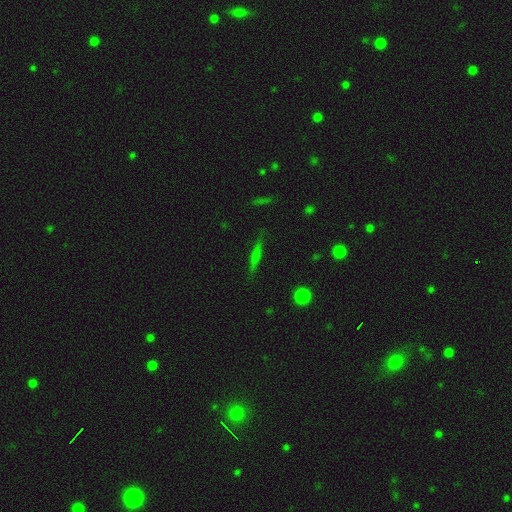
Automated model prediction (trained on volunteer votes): A smooth galaxy with no disk features (53%) that is cigar-shaped (86%).

Vote fractions:
- Smooth or featured? smooth: 53% / featured or disk: 34% / star or artifact: 13%
- How rounded? cigar-shaped: 86% / in between: 10% / round: 4%
- Merging? none: 85% / minor disturbance: 11% / major disturbance: 3% / merger: 2%